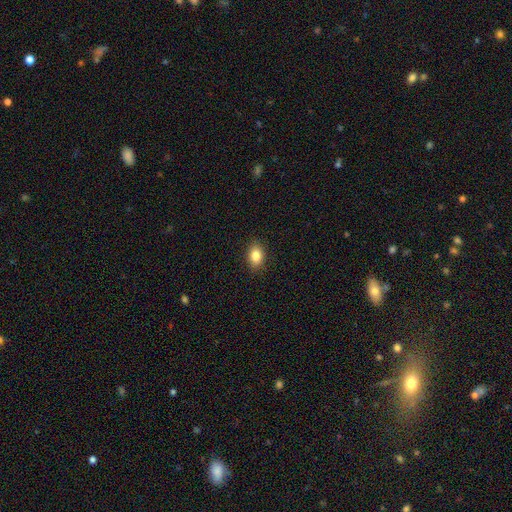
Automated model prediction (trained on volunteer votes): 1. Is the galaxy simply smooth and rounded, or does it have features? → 85% smooth, 9% star or artifact, 7% featured or disk.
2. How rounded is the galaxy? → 80% in between, 18% round, 2% cigar-shaped.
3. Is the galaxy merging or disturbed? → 89% none, 8% minor disturbance, 2% major disturbance, 1% merger.